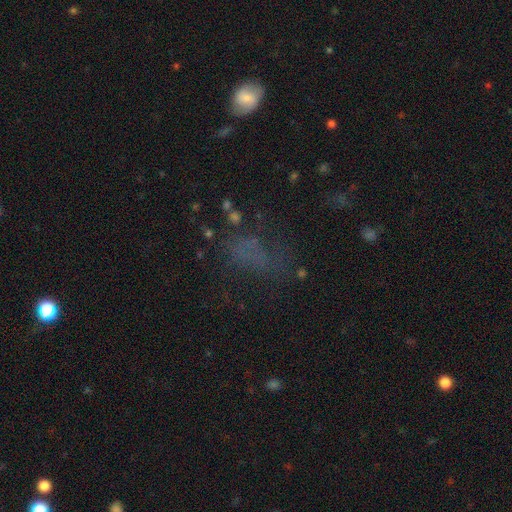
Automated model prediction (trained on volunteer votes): Smooth or featured? Predicted: smooth (p=0.44). Merging? Predicted: none (p=0.47).